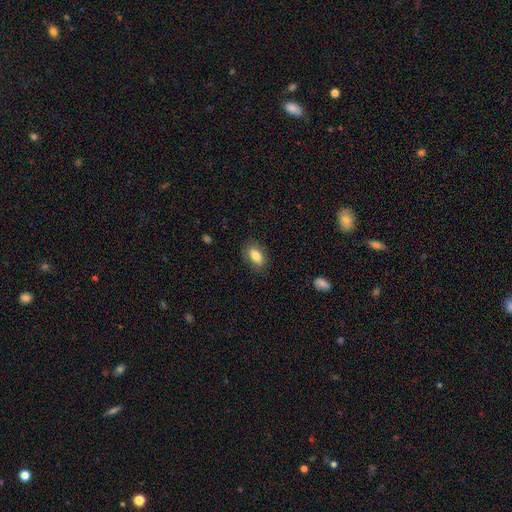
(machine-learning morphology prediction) A smooth galaxy with no disk features (80%) that is in between round and cigar-shaped (87%).

Vote fractions:
- Smooth or featured? smooth: 80% / featured or disk: 13% / star or artifact: 8%
- How rounded? in between: 87% / round: 7% / cigar-shaped: 6%
- Merging? none: 83% / minor disturbance: 13% / major disturbance: 3% / merger: 1%